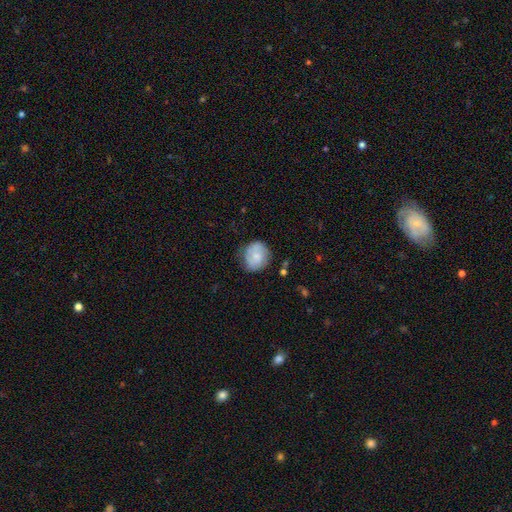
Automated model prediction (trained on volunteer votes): smooth-or-featured: smooth: 57% | featured or disk: 36% | star or artifact: 7%
  how-rounded: round: 78% | in between: 21% | cigar-shaped: 1%
  merging: none: 71% | minor disturbance: 21% | major disturbance: 6% | merger: 2%